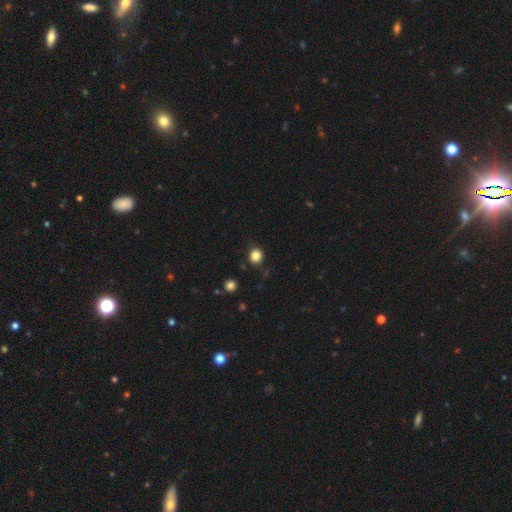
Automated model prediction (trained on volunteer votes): The model was most divided on "how rounded": round: 81%, in between: 18%, cigar-shaped: 1%. More confident: merging — none (86%); smooth or featured — smooth (84%).